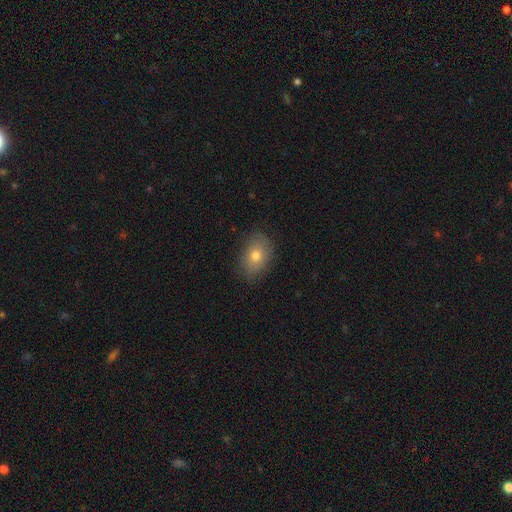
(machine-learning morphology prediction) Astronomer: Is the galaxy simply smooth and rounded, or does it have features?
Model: smooth — 74%.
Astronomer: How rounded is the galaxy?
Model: in between — 78%.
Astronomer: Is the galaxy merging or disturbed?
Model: none — 81%.